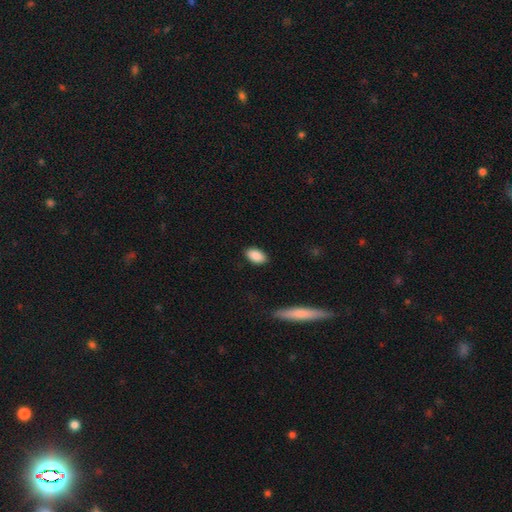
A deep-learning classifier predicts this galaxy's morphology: Smooth or featured? Predicted: smooth (p=0.88). How rounded? Predicted: in between (p=0.92). Merging? Predicted: none (p=0.87).